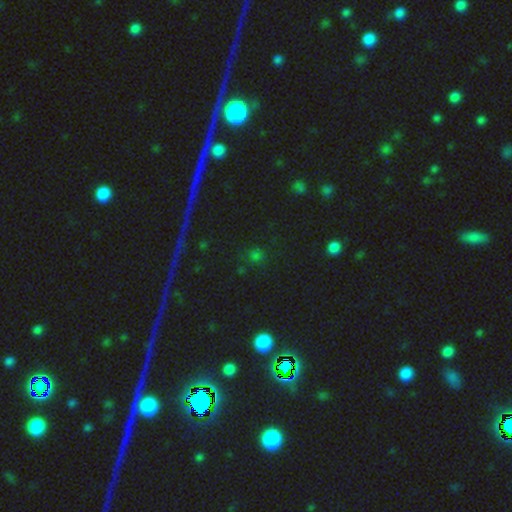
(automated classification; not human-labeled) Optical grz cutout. It shows a smooth galaxy with no disk features (52%) that is round (88%). Merging: none (82%).